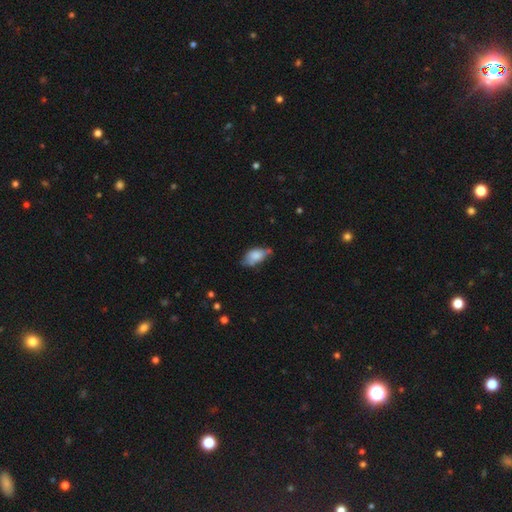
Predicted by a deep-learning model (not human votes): smooth 75%, featured or disk 18%, star or artifact 8%. Down the decision tree: how rounded — in between (90%); merging — minor disturbance (42%).